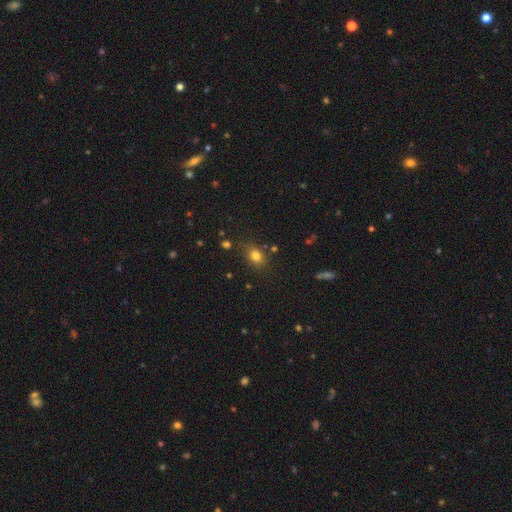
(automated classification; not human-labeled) Smooth or featured? Predicted: smooth (p=0.78). How rounded? Predicted: in between (p=0.62). Merging? Predicted: none (p=0.75).